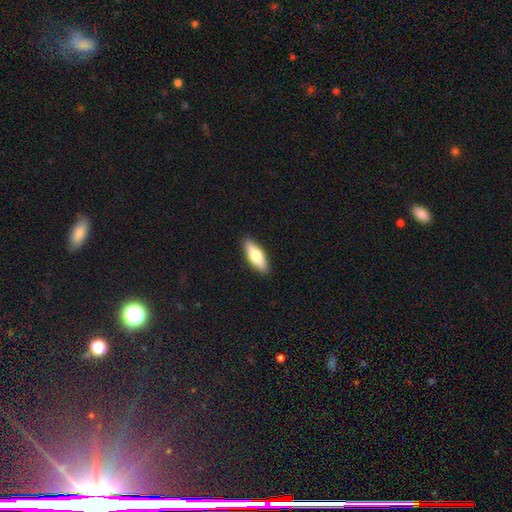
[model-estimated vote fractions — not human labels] The model was most divided on "how rounded": in between: 59%, cigar-shaped: 39%, round: 2%. More confident: merging — none (90%); smooth or featured — smooth (67%).